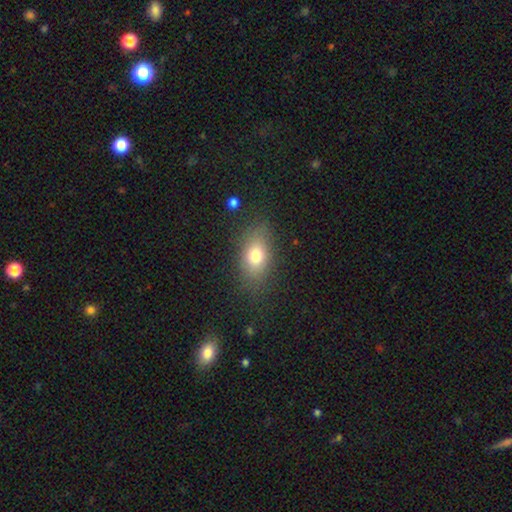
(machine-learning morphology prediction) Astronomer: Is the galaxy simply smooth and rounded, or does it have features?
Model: smooth — 75%.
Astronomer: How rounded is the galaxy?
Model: in between — 80%.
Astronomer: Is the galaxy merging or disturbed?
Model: none — 79%.